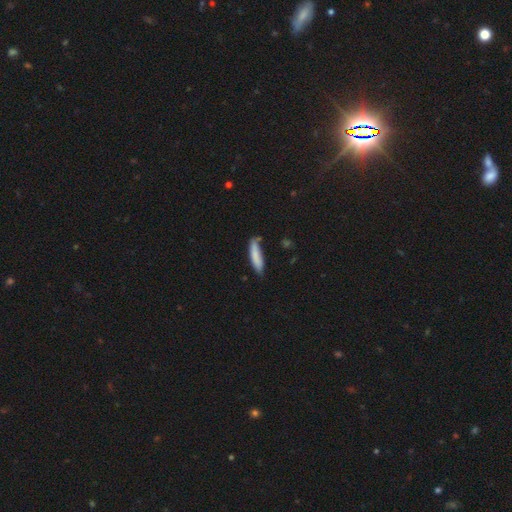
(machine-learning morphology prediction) Smooth or featured? Predicted: smooth (p=0.82). How rounded? Predicted: cigar-shaped (p=0.73). Merging? Predicted: none (p=0.62).